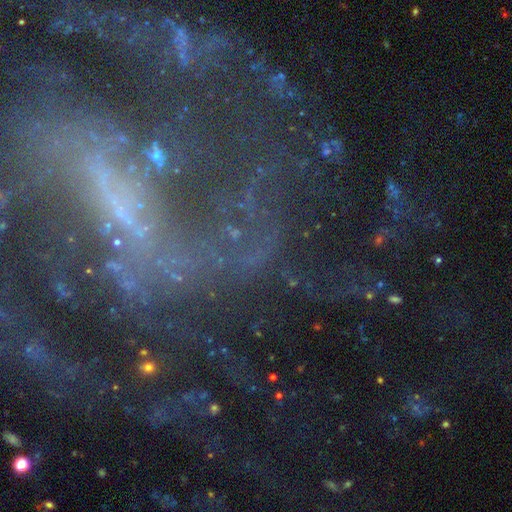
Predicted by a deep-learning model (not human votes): Overall: featured or disk (73%). Edge-on disk: no (96%). Bar: strong (44%; weak 33%). Spiral arms: yes (86%). Spiral arm count: 2 (47%; can't tell 20%). Spiral winding: medium (39%; loose 37%). Bulge size: small (47%; none 31%). Merging: none (54%; major disturbance 26%).